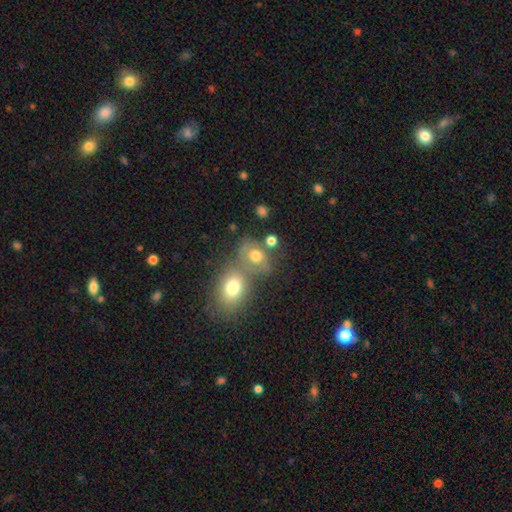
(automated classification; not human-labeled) A smooth galaxy with no disk features (66%) that is round (57%). Merging: merger (40%).